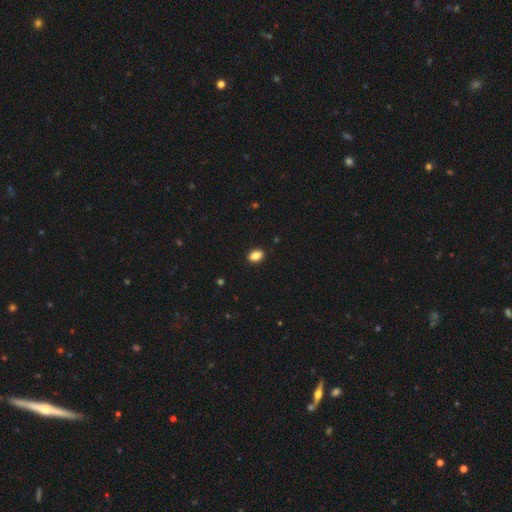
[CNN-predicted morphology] Smooth or featured? smooth (86%)
How rounded? in between (82%)
Merging? none (90%)